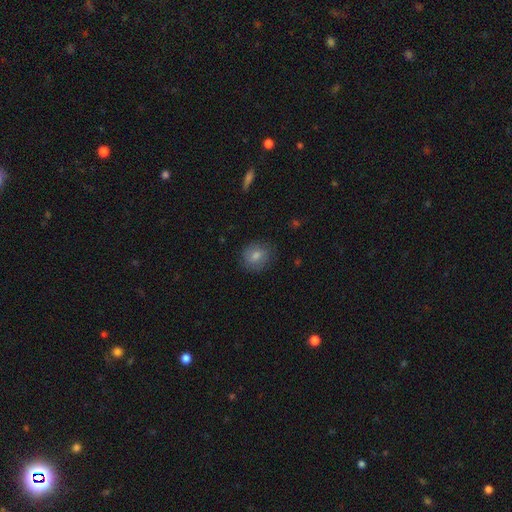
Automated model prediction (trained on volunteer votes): A smooth galaxy with no disk features (75%) that is round (68%).

Vote fractions:
- Smooth or featured? smooth: 75% / featured or disk: 17% / star or artifact: 8%
- How rounded? round: 68% / in between: 31% / cigar-shaped: 1%
- Merging? none: 81% / minor disturbance: 14% / major disturbance: 4% / merger: 1%